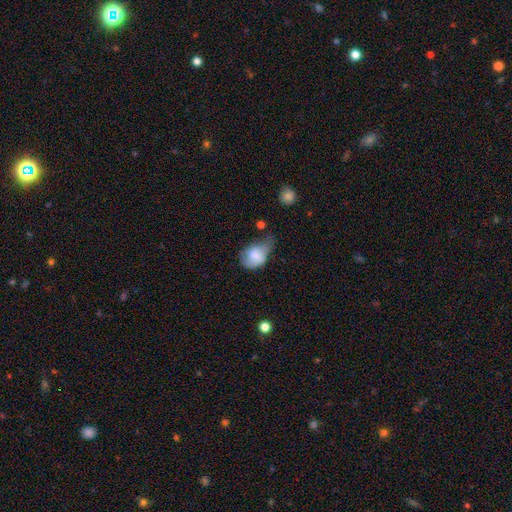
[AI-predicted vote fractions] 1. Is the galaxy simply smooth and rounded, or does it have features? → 67% smooth, 25% featured or disk, 8% star or artifact.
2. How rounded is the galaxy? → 68% in between, 30% round, 1% cigar-shaped.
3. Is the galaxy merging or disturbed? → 41% minor disturbance, 33% major disturbance, 21% none, 5% merger.